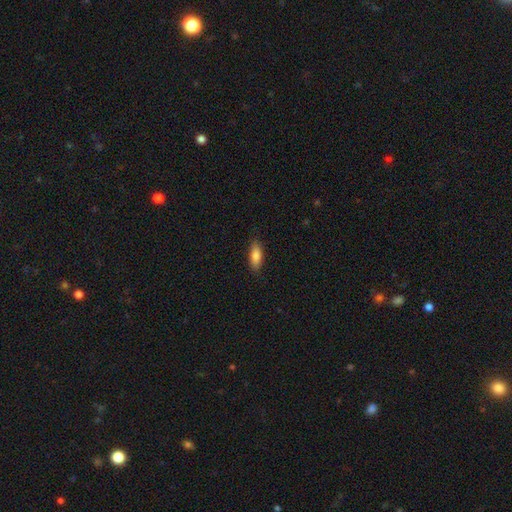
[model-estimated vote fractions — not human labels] This is clearly a smooth galaxy (84%). How rounded: likely in between (73%). Merging: clearly none (85%).